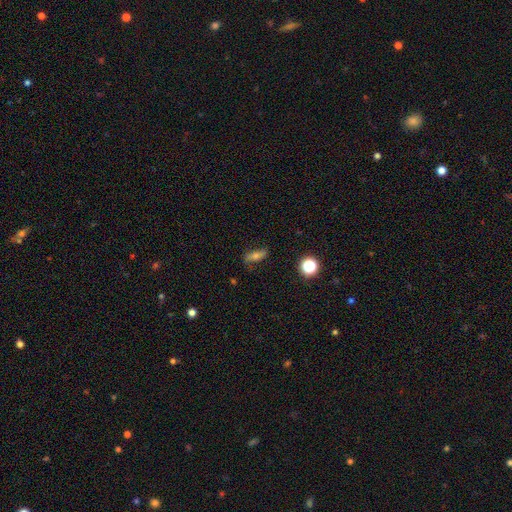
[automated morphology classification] Smooth or featured?
  - smooth: 45% *
  - featured or disk: 43%
  - star or artifact: 12%
Merging?
  - none: 75% *
  - minor disturbance: 17%
  - major disturbance: 5%
  - merger: 2%